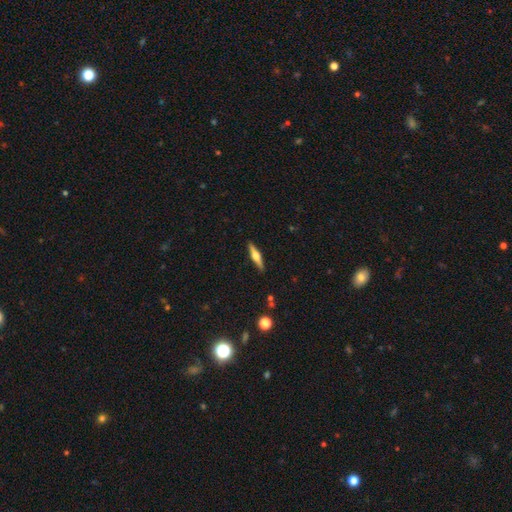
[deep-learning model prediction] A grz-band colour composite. It shows a featured or disk galaxy (63%) viewed edge-on (97%) with a rounded central bulge (92%). Merging: none (90%).